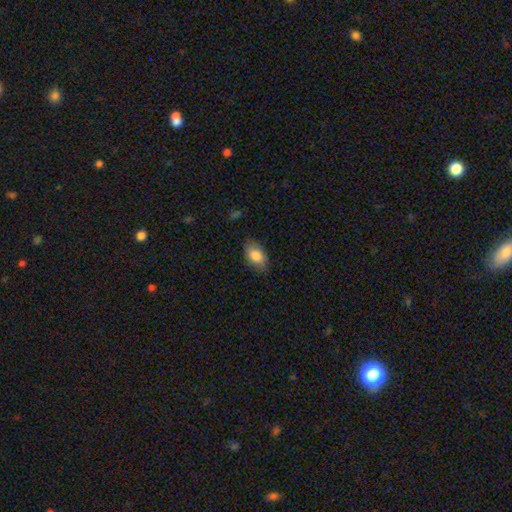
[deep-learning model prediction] smooth_or_featured: smooth (p=0.83) [alt: featured or disk p=0.11]
how_rounded: in between (p=0.92) [alt: round p=0.06]
merging: none (p=0.79) [alt: minor disturbance p=0.17]